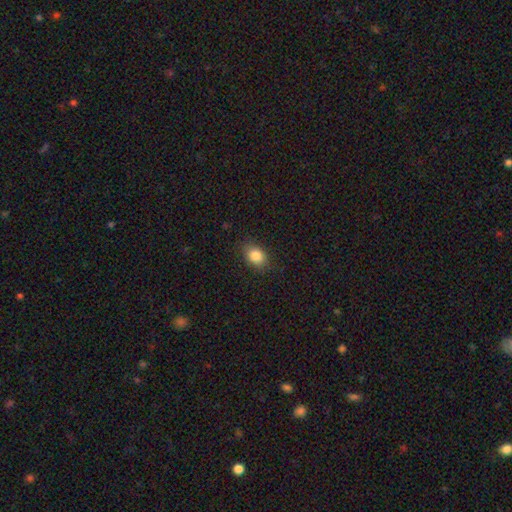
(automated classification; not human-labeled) Smooth or featured?
  - smooth: 85% *
  - star or artifact: 9%
  - featured or disk: 6%
How rounded?
  - in between: 69% *
  - round: 30%
  - cigar-shaped: 1%
Merging?
  - none: 85% *
  - minor disturbance: 12%
  - major disturbance: 3%
  - merger: 1%